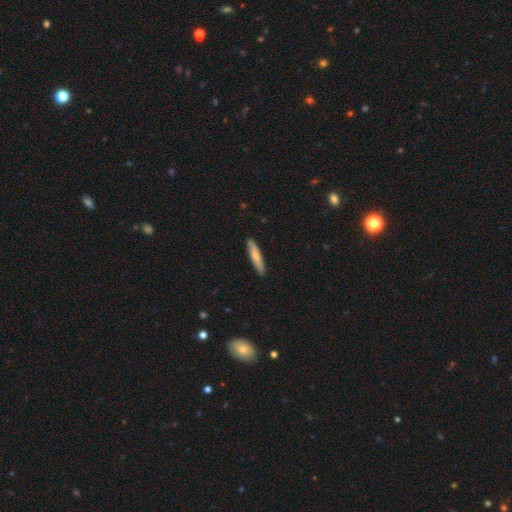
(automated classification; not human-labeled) smooth 73%, featured or disk 22%, star or artifact 5%. Down the decision tree: how rounded — cigar-shaped (88%); merging — none (87%).